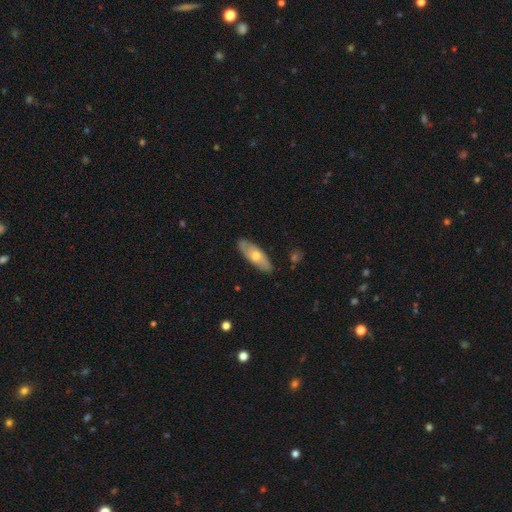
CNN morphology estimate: smooth-or-featured: smooth: 54% | featured or disk: 41% | star or artifact: 6%
  how-rounded: in between: 68% | cigar-shaped: 30% | round: 2%
  merging: none: 84% | minor disturbance: 12% | major disturbance: 2% | merger: 1%